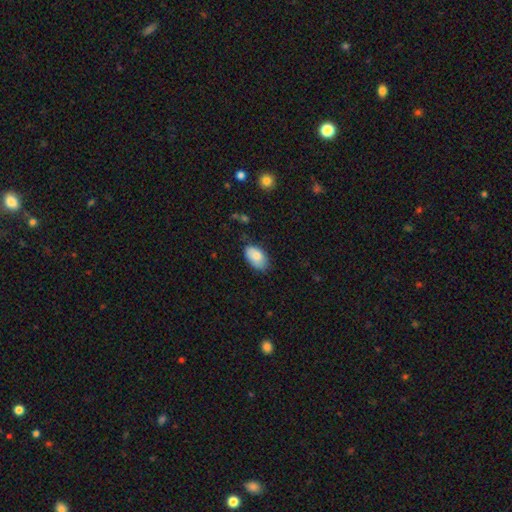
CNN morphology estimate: smooth_or_featured: smooth (p=0.80) [alt: featured or disk p=0.13]
how_rounded: in between (p=0.93) [alt: round p=0.05]
merging: none (p=0.70) [alt: minor disturbance p=0.24]